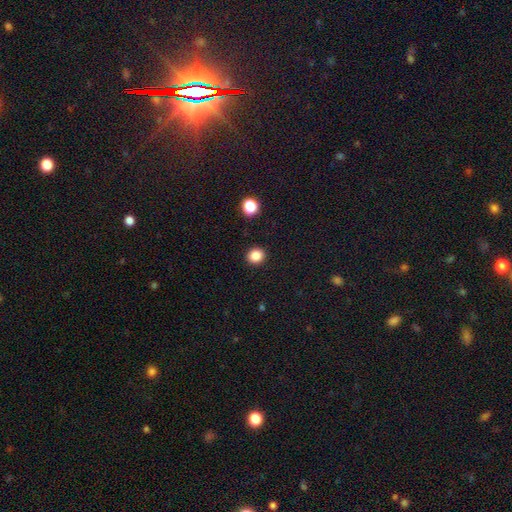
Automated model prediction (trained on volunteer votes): Overall: smooth (85%). How rounded: round (82%). Merging: none (92%).